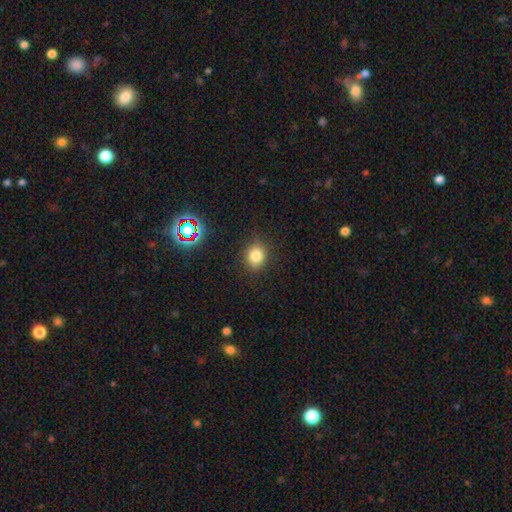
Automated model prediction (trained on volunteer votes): A smooth galaxy with no disk features (79%) that is round (64%).

Vote fractions:
- Smooth or featured? smooth: 79% / star or artifact: 14% / featured or disk: 7%
- How rounded? round: 64% / in between: 35% / cigar-shaped: 1%
- Merging? none: 85% / minor disturbance: 11% / major disturbance: 3% / merger: 1%